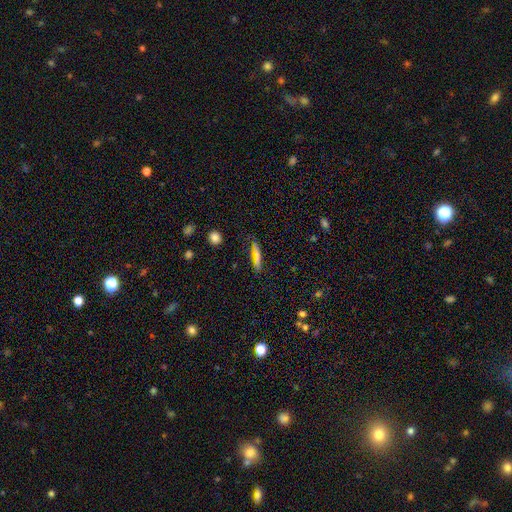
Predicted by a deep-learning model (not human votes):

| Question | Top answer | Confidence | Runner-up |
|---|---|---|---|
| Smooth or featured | smooth | 64% | featured or disk (27%) |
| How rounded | cigar-shaped | 90% | in between (8%) |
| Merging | none | 85% | minor disturbance (11%) |